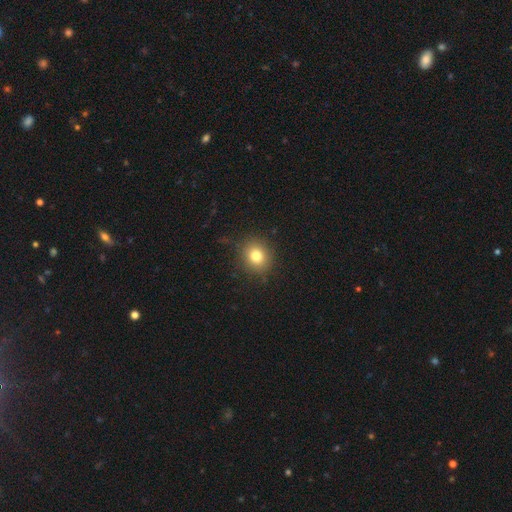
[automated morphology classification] type=smooth (80%); roundness=round (80%); merging=none (87%).